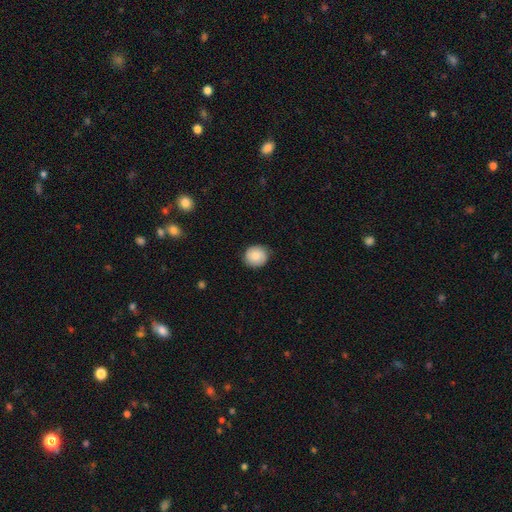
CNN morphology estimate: Overall: smooth (80%). How rounded: round (85%). Merging: none (84%).